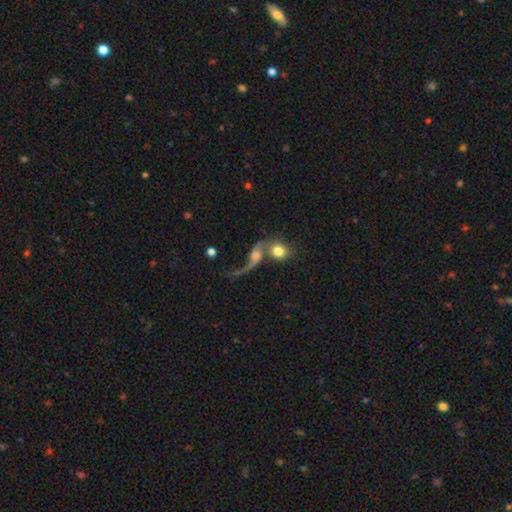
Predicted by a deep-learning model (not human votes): Smooth or featured? featured or disk (59%)
Edge-on disk? no (92%)
Bar? no (64%)
Spiral arms? yes (79%)
Bulge size? moderate (42%)
Merging? merger (52%)